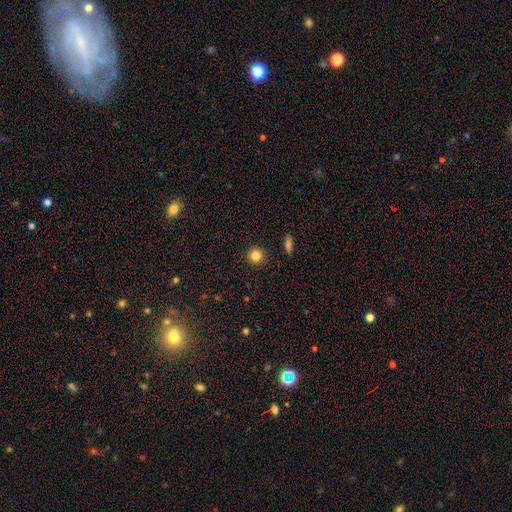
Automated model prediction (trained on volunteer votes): Smooth or featured: smooth — 83% (star or artifact — 11%)
How rounded: round — 95% (in between — 4%)
Merging: none — 93% (minor disturbance — 5%)